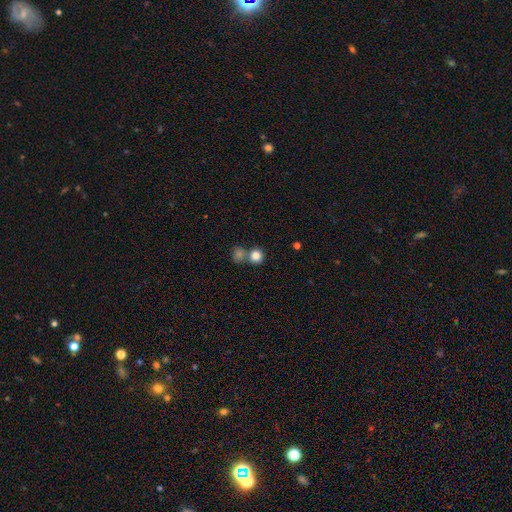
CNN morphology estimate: smooth-or-featured: smooth: 83% | star or artifact: 11% | featured or disk: 6%
  how-rounded: round: 89% | in between: 10% | cigar-shaped: 1%
  merging: none: 55% | merger: 33% | minor disturbance: 8% | major disturbance: 3%